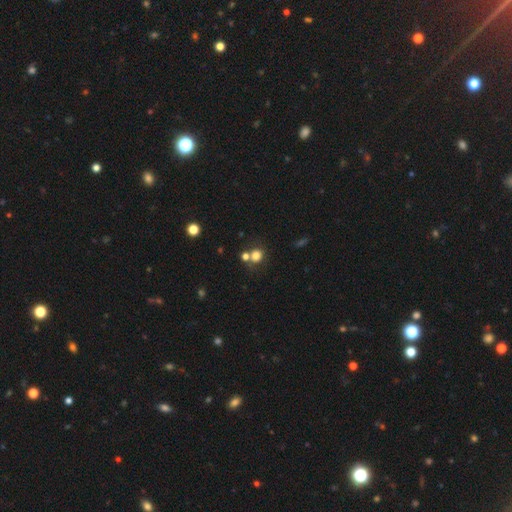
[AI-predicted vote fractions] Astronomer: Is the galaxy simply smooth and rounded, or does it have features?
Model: smooth — 77%.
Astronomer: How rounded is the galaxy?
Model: round — 83%.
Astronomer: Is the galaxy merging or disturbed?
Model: none — 59%.